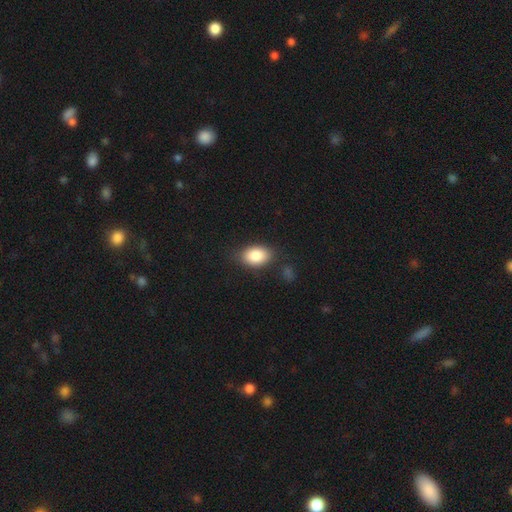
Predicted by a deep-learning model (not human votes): This appears to be a smooth galaxy with no disk features (86%) that is in between round and cigar-shaped (85%). Merging: none (79%).